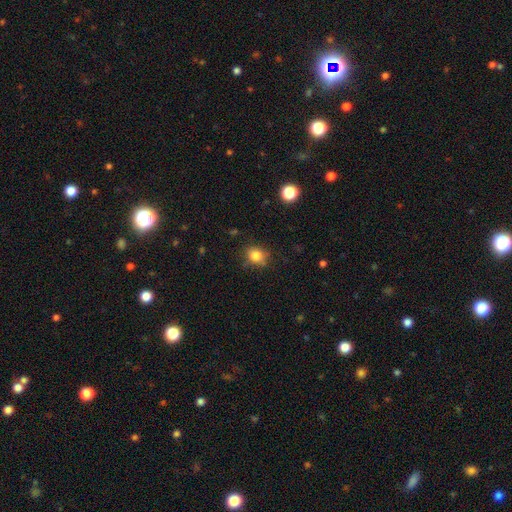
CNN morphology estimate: smooth 83%, star or artifact 11%, featured or disk 6%. Down the decision tree: how rounded — round (61%); merging — none (79%).